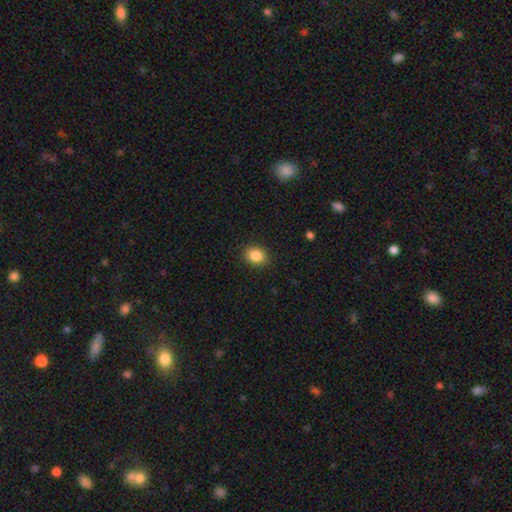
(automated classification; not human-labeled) Smooth or featured: smooth — 87% (star or artifact — 9%)
How rounded: in between — 50% (round — 49%)
Merging: none — 89% (minor disturbance — 8%)